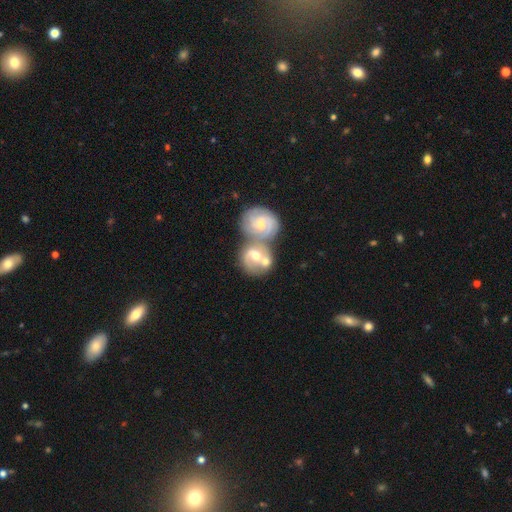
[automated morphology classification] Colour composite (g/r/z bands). It shows a featured or disk galaxy (71%) with no bar (47%), 2 (40%) tight (51%) spiral arms (87%) and a moderate central bulge (65%). Merging: merger (69%).